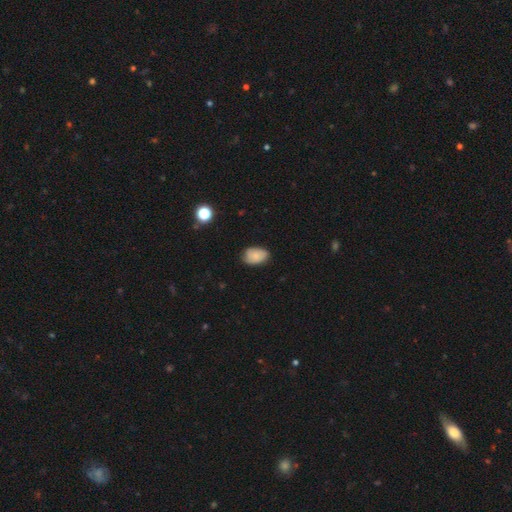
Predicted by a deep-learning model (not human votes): A smooth galaxy with no disk features (79%) that is in between round and cigar-shaped (86%).

Vote fractions:
- Smooth or featured? smooth: 79% / featured or disk: 12% / star or artifact: 9%
- How rounded? in between: 86% / round: 13% / cigar-shaped: 1%
- Merging? none: 75% / minor disturbance: 21% / major disturbance: 3% / merger: 1%